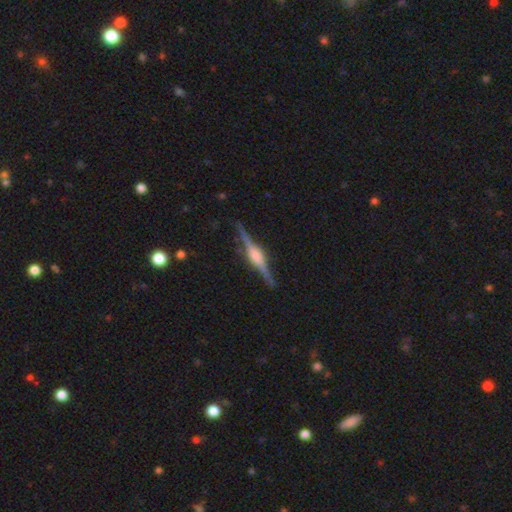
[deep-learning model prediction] Smooth or featured? featured or disk (86%)
Edge-on disk? yes (98%)
Edge-on bulge? rounded (76%)
Merging? none (88%)